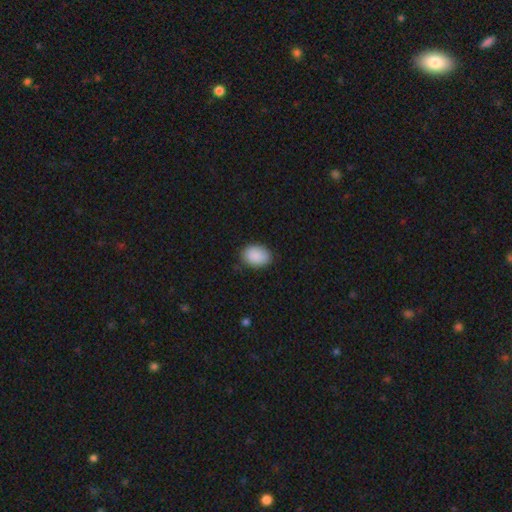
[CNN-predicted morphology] smooth 90%, star or artifact 7%, featured or disk 3%. Down the decision tree: how rounded — in between (77%); merging — none (82%).